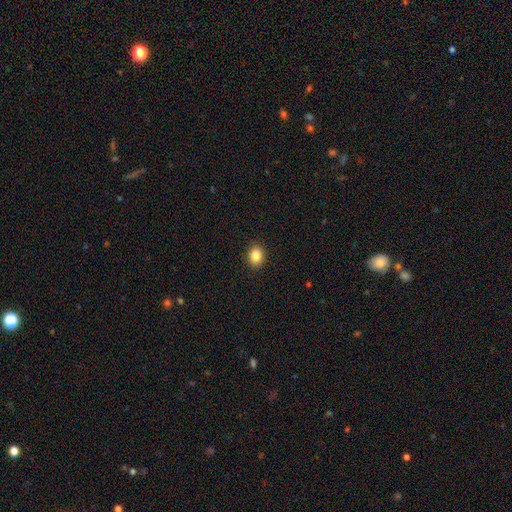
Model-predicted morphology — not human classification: Smooth or featured? smooth (85%)
How rounded? in between (59%)
Merging? none (91%)